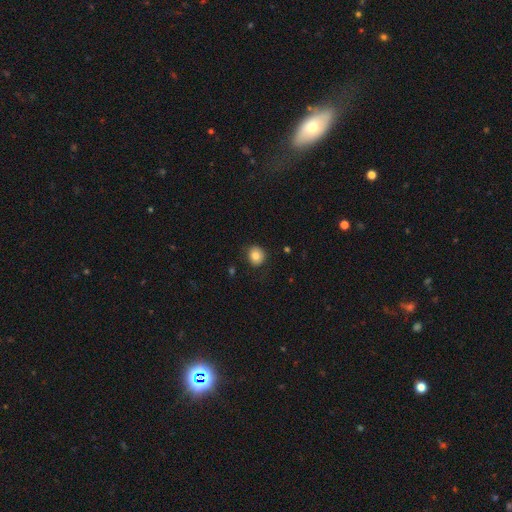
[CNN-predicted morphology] This appears to be a smooth galaxy with no disk features (82%) that is round (80%). Merging: none (84%).